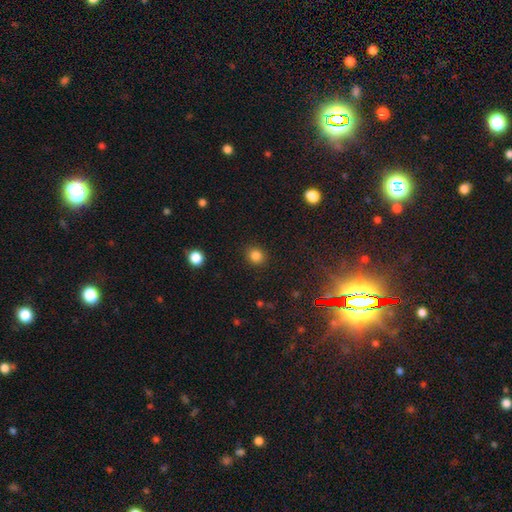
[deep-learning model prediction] A smooth galaxy with no disk features (83%) that is round (86%).

Vote fractions:
- Smooth or featured? smooth: 83% / star or artifact: 13% / featured or disk: 4%
- How rounded? round: 86% / in between: 13% / cigar-shaped: 1%
- Merging? none: 90% / minor disturbance: 6% / major disturbance: 2% / merger: 1%